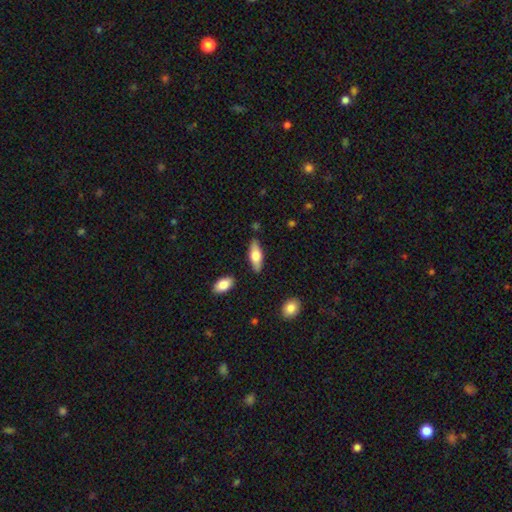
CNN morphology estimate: This appears to be a smooth galaxy with no disk features (62%) that is in between round and cigar-shaped (66%). Merging: none (83%).